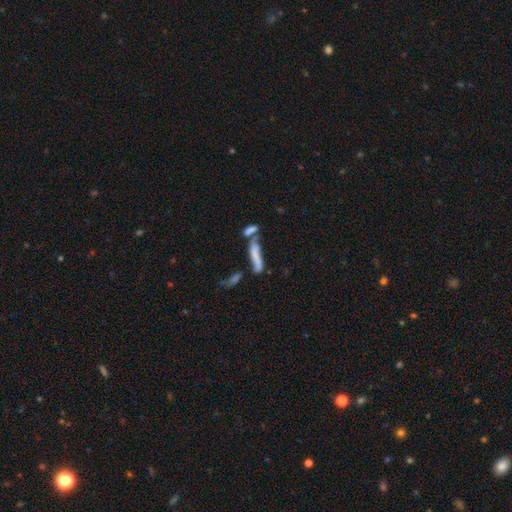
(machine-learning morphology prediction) A smooth galaxy with no disk features (55%) that is cigar-shaped (74%).

Vote fractions:
- Smooth or featured? smooth: 55% / featured or disk: 34% / star or artifact: 11%
- How rounded? cigar-shaped: 74% / in between: 23% / round: 3%
- Merging? merger: 46% / none: 29% / minor disturbance: 13% / major disturbance: 12%